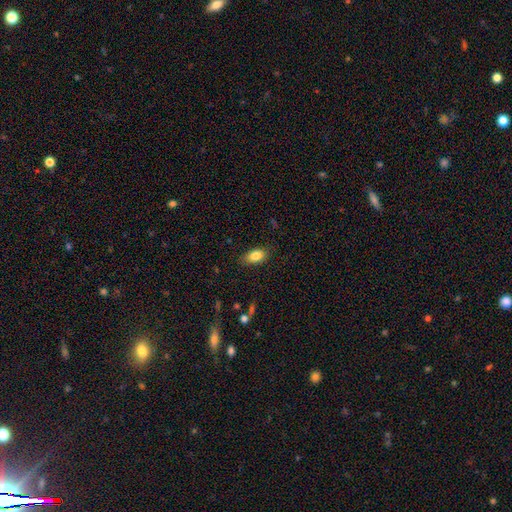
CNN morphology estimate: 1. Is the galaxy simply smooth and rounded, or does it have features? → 84% smooth, 8% featured or disk, 8% star or artifact.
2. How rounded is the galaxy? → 88% in between, 8% round, 4% cigar-shaped.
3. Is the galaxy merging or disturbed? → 82% none, 14% minor disturbance, 3% major disturbance, 1% merger.